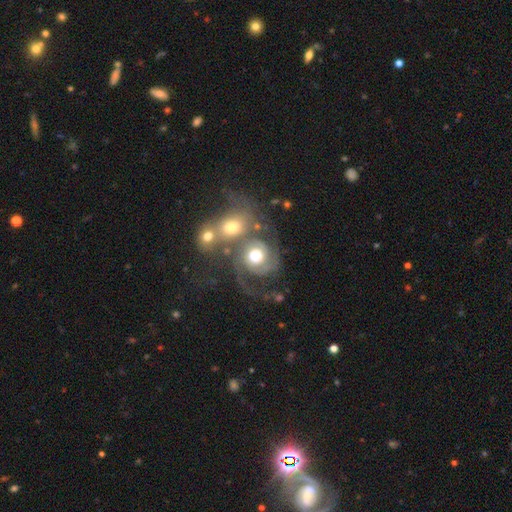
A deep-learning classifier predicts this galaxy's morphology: Smooth or featured: featured or disk — 68% (smooth — 24%)
Edge-on disk: no — 98% (yes — 2%)
Bar: no — 78% (weak — 18%)
Spiral arms: yes — 84% (no — 16%)
Spiral winding: medium — 42% (tight — 31%)
Spiral arm count: 2 — 60% (1 — 22%)
Bulge size: moderate — 47% (large — 40%)
Merging: merger — 48% (none — 24%)